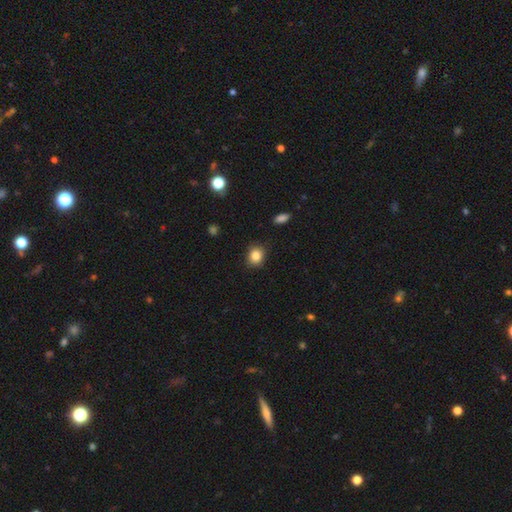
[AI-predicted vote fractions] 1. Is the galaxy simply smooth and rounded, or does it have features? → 84% smooth, 10% star or artifact, 5% featured or disk.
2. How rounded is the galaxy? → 69% round, 30% in between, 1% cigar-shaped.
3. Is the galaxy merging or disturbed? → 86% none, 11% minor disturbance, 2% major disturbance, 1% merger.